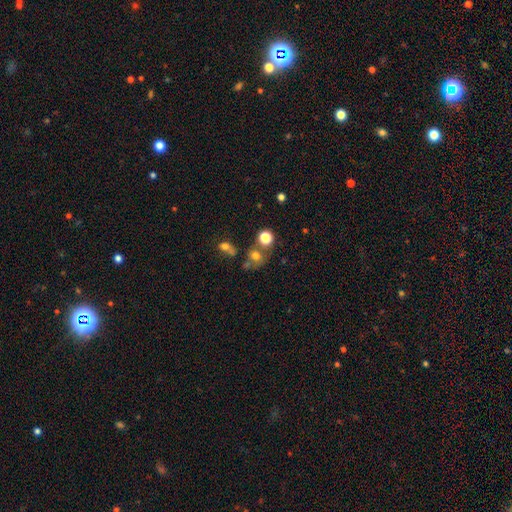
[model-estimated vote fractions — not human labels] The model was most divided on "merging": none: 49%, merger: 31%, minor disturbance: 12%, major disturbance: 8%. More confident: how rounded — round (74%); smooth or featured — smooth (65%).